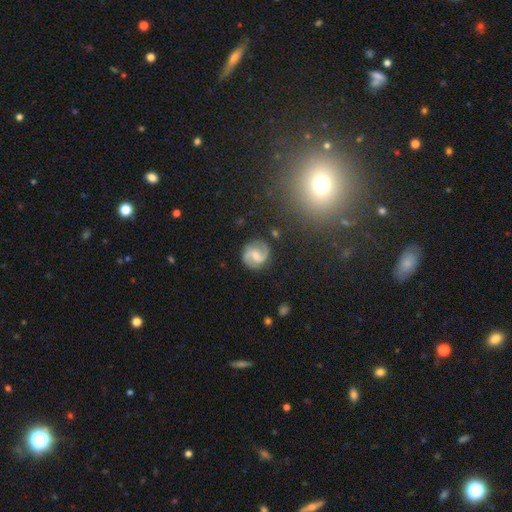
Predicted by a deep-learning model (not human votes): This is clearly a featured or disk galaxy (83%). It is clearly not viewed edge-on (98%). Bar: possibly weak (50%). Spiral arm pattern: clearly yes (97%). Spiral arm count: clearly 2 (92%). Spiral winding: possibly medium (55%). Central bulge: possibly small (50%). Merging: clearly none (83%).